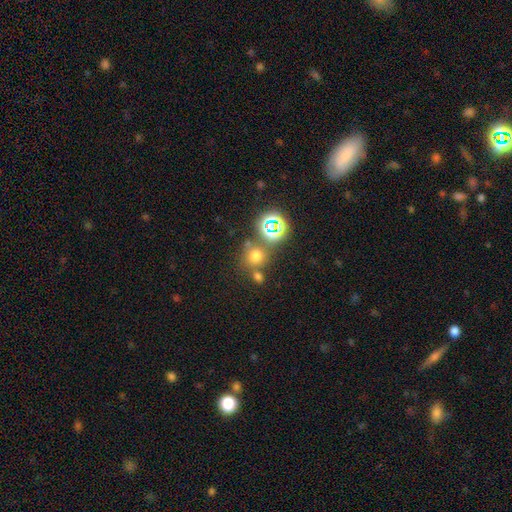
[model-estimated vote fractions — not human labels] This is likely a smooth galaxy (64%). How rounded: clearly round (85%). Merging: likely none (66%).